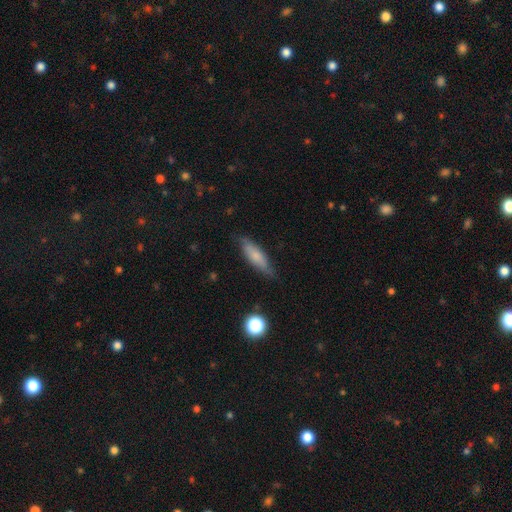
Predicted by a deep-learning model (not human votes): Morphology: type=smooth (70%); roundness=cigar-shaped (59%); merging=none (77%).